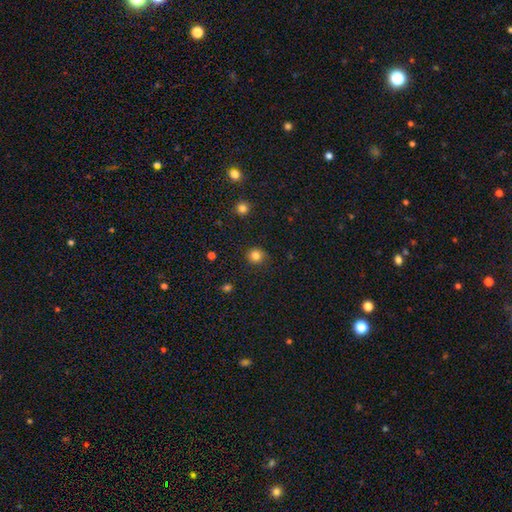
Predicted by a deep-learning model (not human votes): smooth 81%, star or artifact 13%, featured or disk 6%. Down the decision tree: how rounded — round (90%); merging — none (87%).